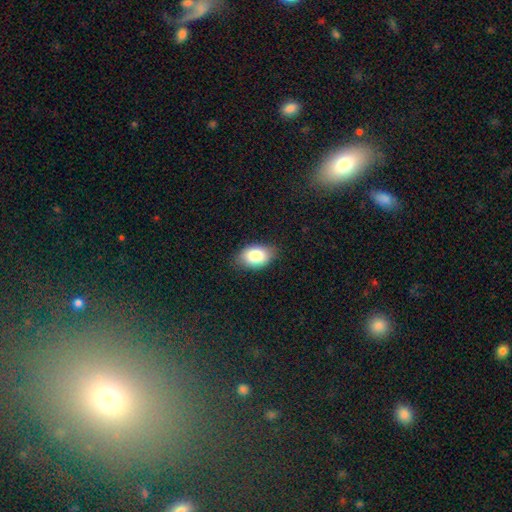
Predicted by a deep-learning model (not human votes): A smooth galaxy with no disk features (84%) that is in between round and cigar-shaped (89%). Merging: none (83%).